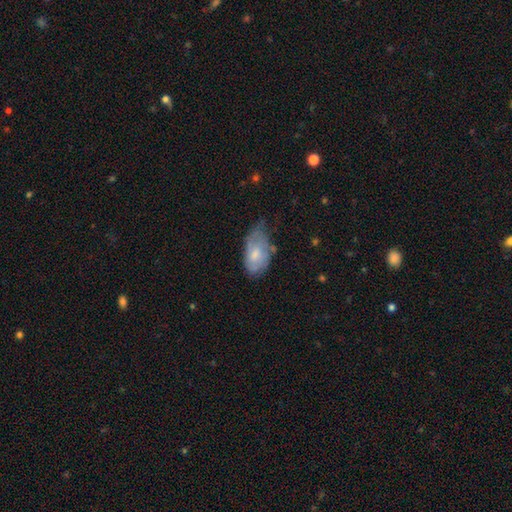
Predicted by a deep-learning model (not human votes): Q: Smooth or featured?
A: smooth (63%); runner-up: featured or disk (30%)
Q: How rounded?
A: in between (93%); runner-up: round (5%)
Q: Merging?
A: minor disturbance (44%); runner-up: none (31%)